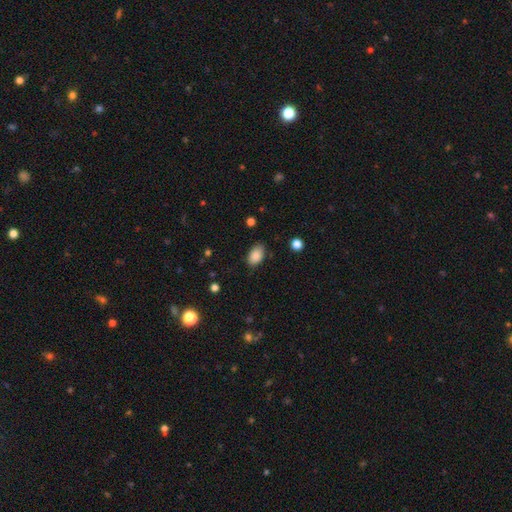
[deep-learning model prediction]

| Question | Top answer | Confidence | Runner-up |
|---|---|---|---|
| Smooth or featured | smooth | 86% | star or artifact (8%) |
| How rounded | in between | 91% | round (8%) |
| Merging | none | 79% | minor disturbance (16%) |